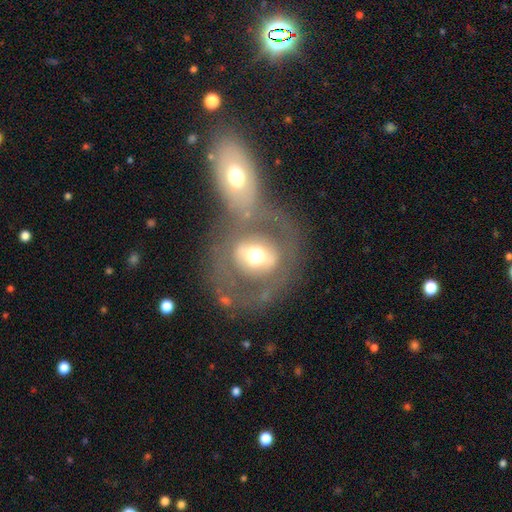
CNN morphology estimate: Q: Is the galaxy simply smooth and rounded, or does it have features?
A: featured or disk — 51%.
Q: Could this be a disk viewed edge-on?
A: no — 93%.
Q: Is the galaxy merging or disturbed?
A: none — 54%.